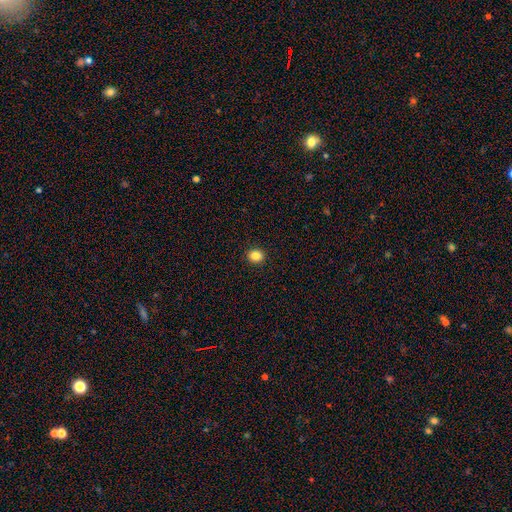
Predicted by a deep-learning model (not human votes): Q: Smooth or featured?
A: smooth (85%); runner-up: star or artifact (11%)
Q: How rounded?
A: round (76%); runner-up: in between (24%)
Q: Merging?
A: none (93%); runner-up: minor disturbance (5%)